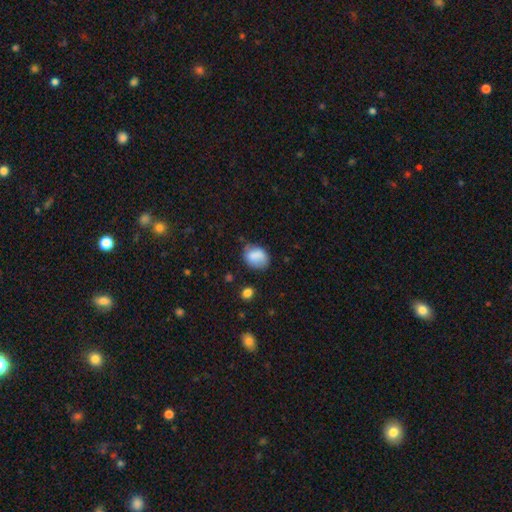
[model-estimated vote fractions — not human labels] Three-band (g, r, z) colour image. It shows a smooth galaxy with no disk features (80%) that is in between round and cigar-shaped (62%). Merging: none (59%).